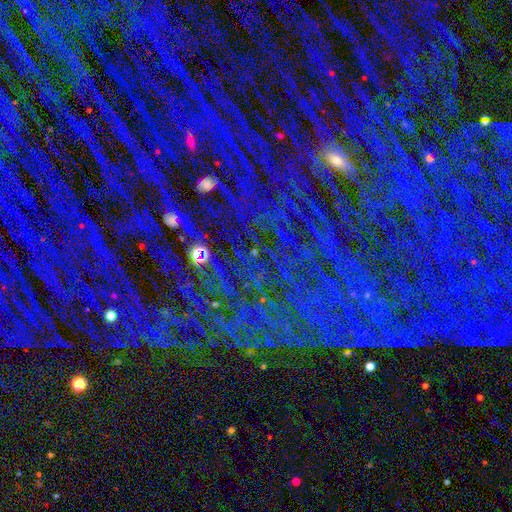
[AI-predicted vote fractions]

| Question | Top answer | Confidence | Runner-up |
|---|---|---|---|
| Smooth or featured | star or artifact | 86% | smooth (7%) |